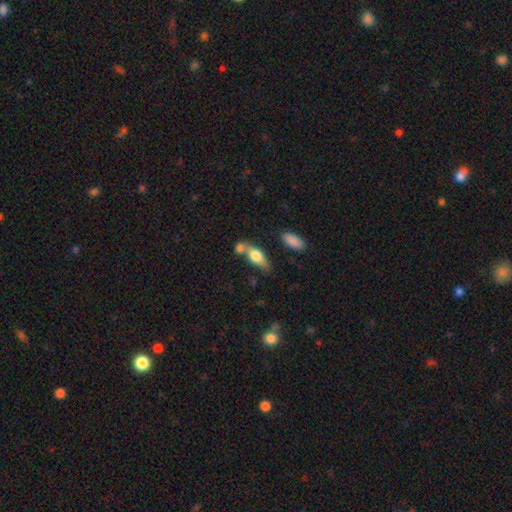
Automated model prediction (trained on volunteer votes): Smooth or featured? smooth (65%)
How rounded? in between (72%)
Merging? none (46%)